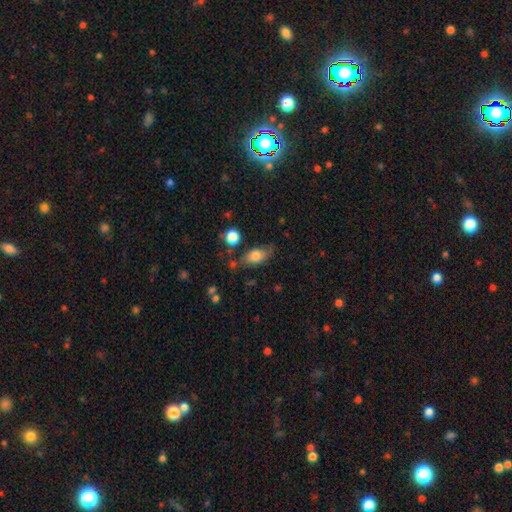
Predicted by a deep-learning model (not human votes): The model was most divided on "merging": none: 62%, minor disturbance: 25%, major disturbance: 8%, merger: 5%. More confident: how rounded — in between (83%); smooth or featured — smooth (74%).